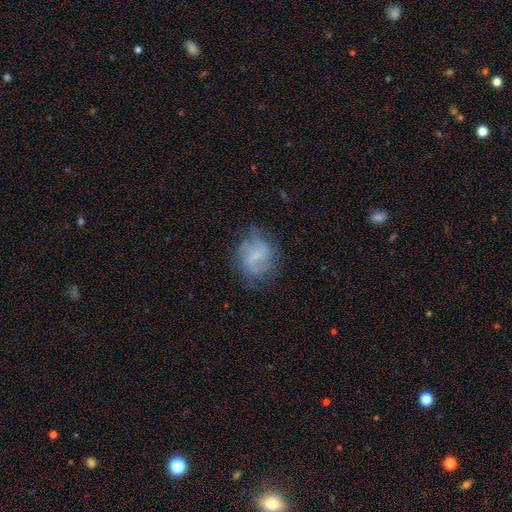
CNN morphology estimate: The model was most divided on "smooth or featured": featured or disk: 51%, smooth: 39%, star or artifact: 10%. More confident: edge-on disk — no (97%); merging — none (61%).